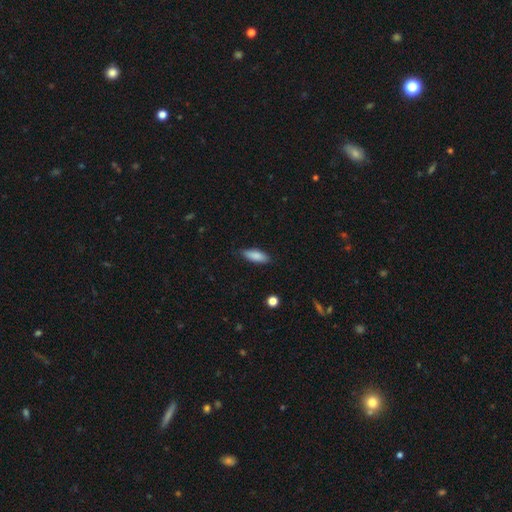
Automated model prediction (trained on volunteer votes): smooth 86%, featured or disk 8%, star or artifact 7%. Down the decision tree: how rounded — in between (62%); merging — none (83%).